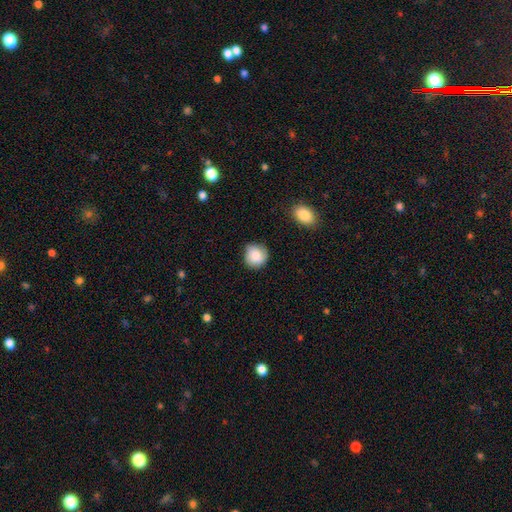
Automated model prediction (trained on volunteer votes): This appears to be a smooth galaxy with no disk features (82%) that is round (89%). Merging: none (76%).